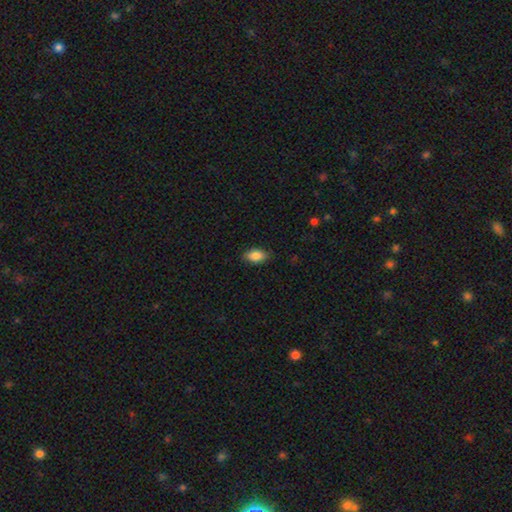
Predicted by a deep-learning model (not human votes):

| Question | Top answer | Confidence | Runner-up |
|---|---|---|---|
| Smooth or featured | smooth | 87% | star or artifact (7%) |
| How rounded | in between | 91% | round (6%) |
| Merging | none | 85% | minor disturbance (12%) |